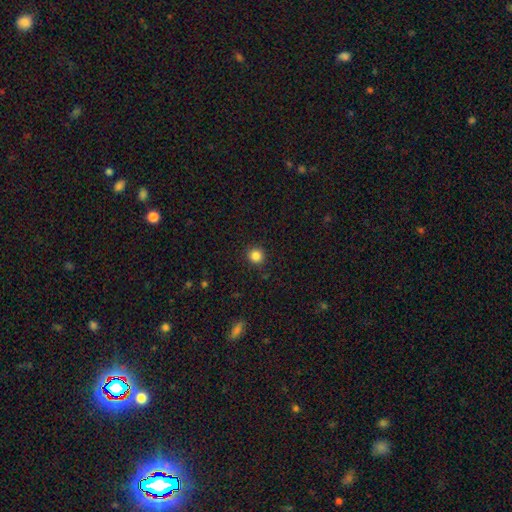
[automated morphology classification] This appears to be a smooth galaxy with no disk features (84%) that is round (93%). Merging: none (92%).